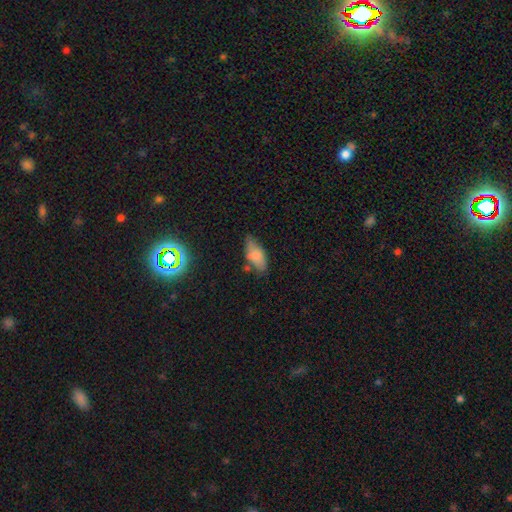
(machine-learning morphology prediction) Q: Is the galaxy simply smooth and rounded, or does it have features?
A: smooth — 75%.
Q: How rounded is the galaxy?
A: in between — 85%.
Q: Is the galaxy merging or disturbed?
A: none — 57%.